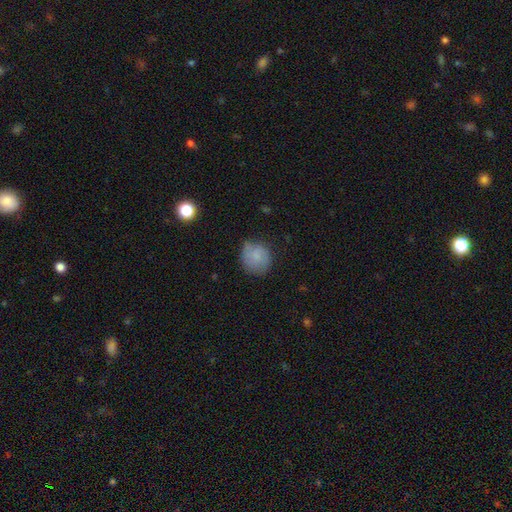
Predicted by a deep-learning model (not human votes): Smooth or featured? smooth (74%)
How rounded? round (84%)
Merging? none (67%)